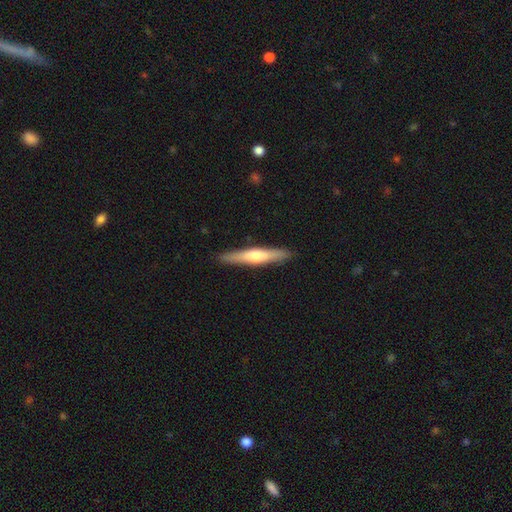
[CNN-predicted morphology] Q: Smooth or featured?
A: featured or disk (51%); runner-up: smooth (43%)
Q: Edge-on disk?
A: yes (94%); runner-up: no (6%)
Q: Merging?
A: none (90%); runner-up: minor disturbance (7%)